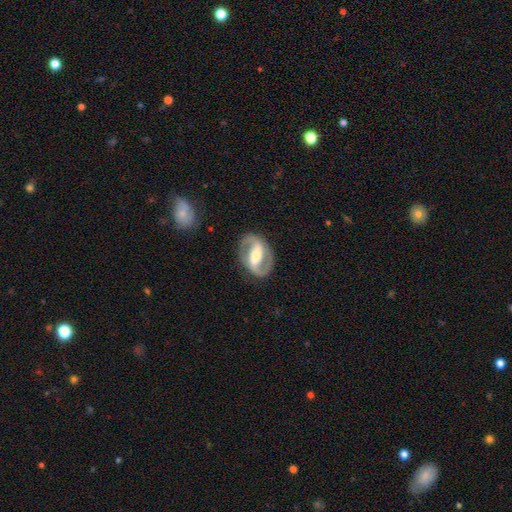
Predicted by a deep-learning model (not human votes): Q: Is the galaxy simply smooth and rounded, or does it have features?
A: featured or disk — 87%.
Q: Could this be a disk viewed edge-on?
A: no — 97%.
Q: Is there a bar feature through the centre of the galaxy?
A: strong — 64%.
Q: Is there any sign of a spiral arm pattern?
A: yes — 89%.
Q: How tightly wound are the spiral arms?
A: medium — 52%.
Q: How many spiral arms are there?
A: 2 — 92%.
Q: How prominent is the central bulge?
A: moderate — 61%.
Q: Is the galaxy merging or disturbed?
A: none — 85%.